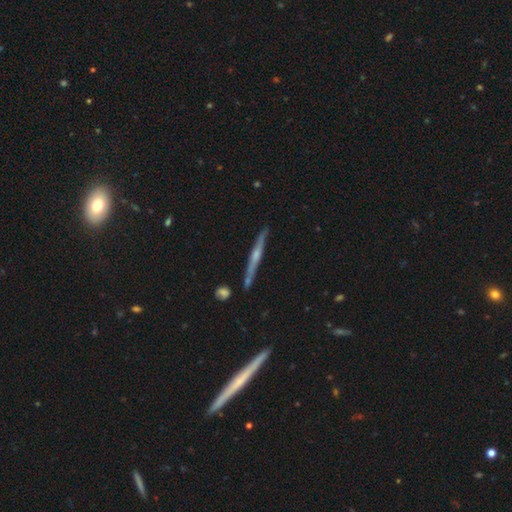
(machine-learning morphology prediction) This appears to be a featured or disk galaxy (70%) viewed edge-on (97%) with a rounded central bulge (61%). Merging: none (82%).